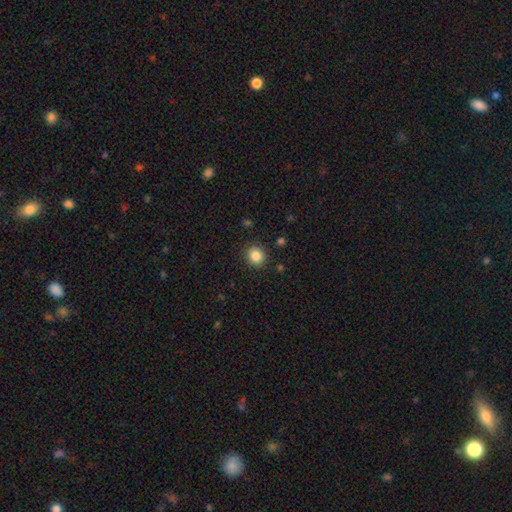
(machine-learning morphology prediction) Smooth or featured: smooth — 85% (star or artifact — 11%)
How rounded: round — 88% (in between — 11%)
Merging: none — 90% (minor disturbance — 6%)